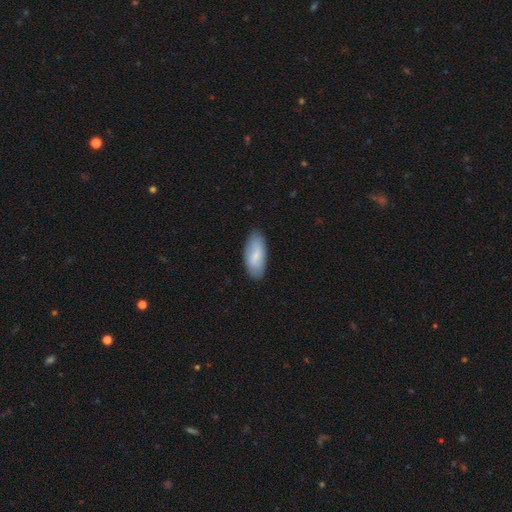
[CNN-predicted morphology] Smooth or featured?
  - smooth: 75% *
  - featured or disk: 19%
  - star or artifact: 6%
How rounded?
  - in between: 87% *
  - cigar-shaped: 11%
  - round: 2%
Merging?
  - none: 84% *
  - minor disturbance: 13%
  - major disturbance: 2%
  - merger: 1%